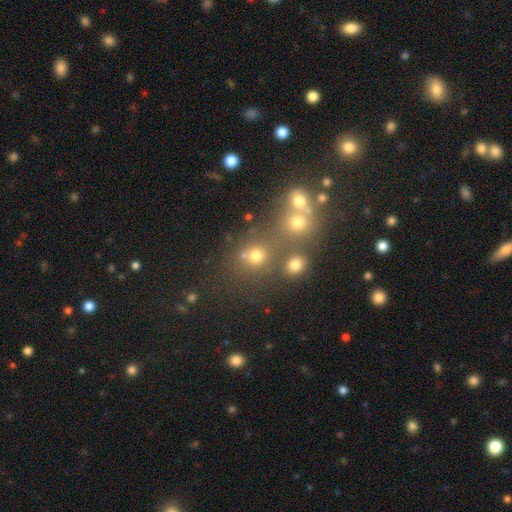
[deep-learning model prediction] The model was most divided on "merging": none: 58%, merger: 28%, minor disturbance: 8%, major disturbance: 5%. More confident: how rounded — round (82%); smooth or featured — smooth (70%).